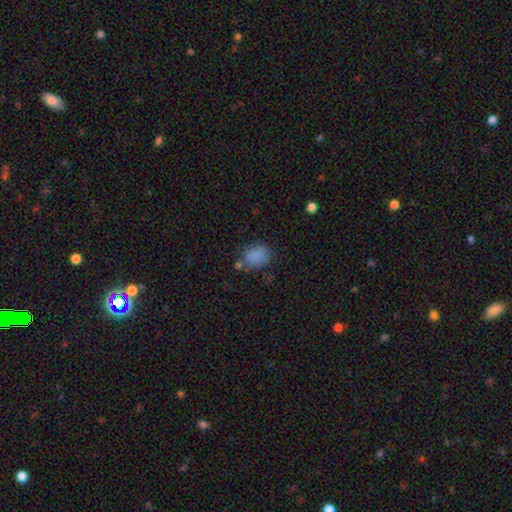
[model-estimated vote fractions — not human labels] Smooth or featured? Predicted: smooth (p=0.83). How rounded? Predicted: in between (p=0.60). Merging? Predicted: none (p=0.61).